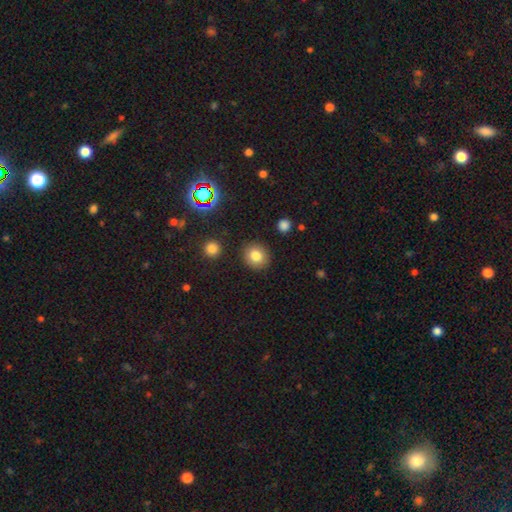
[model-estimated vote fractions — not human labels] Overall: smooth (80%). How rounded: round (84%). Merging: none (89%).